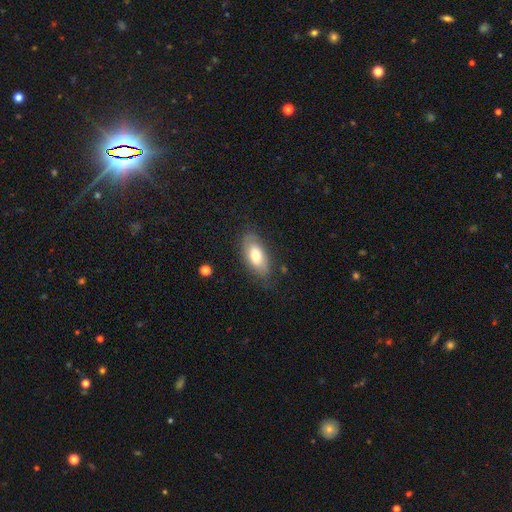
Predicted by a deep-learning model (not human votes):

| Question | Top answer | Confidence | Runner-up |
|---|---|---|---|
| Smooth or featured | smooth | 67% | featured or disk (26%) |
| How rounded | in between | 90% | cigar-shaped (7%) |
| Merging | none | 73% | minor disturbance (19%) |